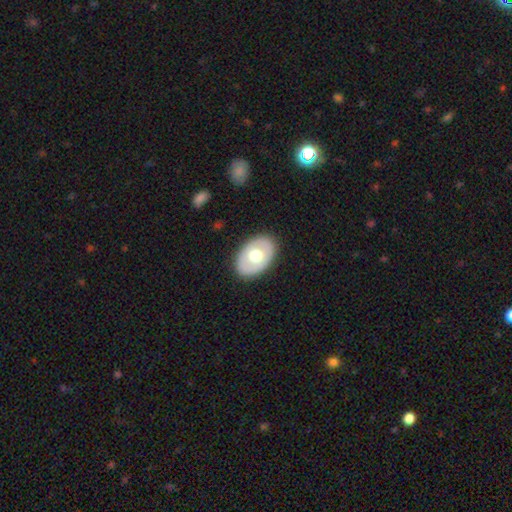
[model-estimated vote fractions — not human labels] This appears to be a smooth galaxy with no disk features (56%) that is in between round and cigar-shaped (83%). Merging: none (86%).